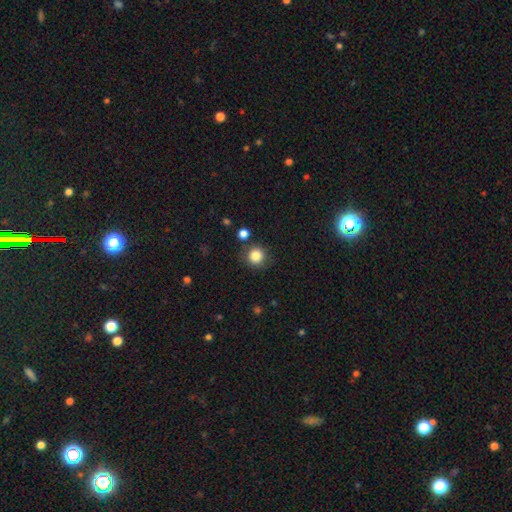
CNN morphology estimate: This is clearly a smooth galaxy (84%). How rounded: clearly round (92%). Merging: clearly none (83%).